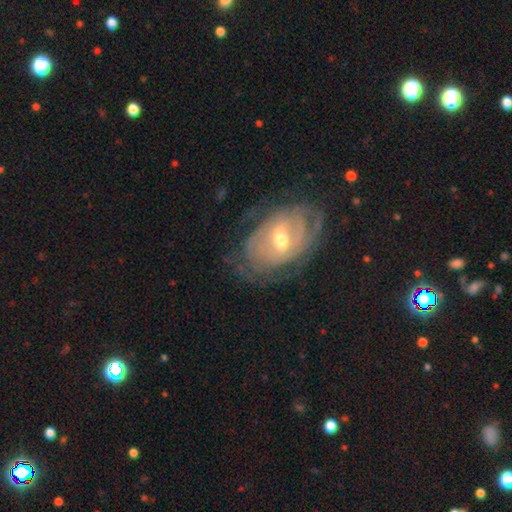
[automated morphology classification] type=featured or disk (82%); edge-on=no (94%); bar=weak (50%); spiral arms=yes (86%); winding=tight (66%); arm count=can't tell (50%); bulge=moderate (62%); merging=none (67%).